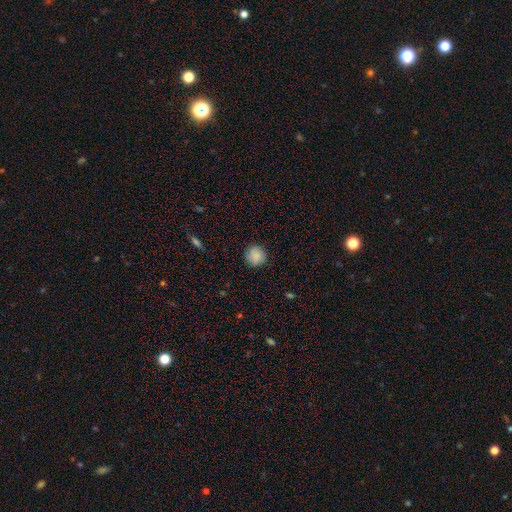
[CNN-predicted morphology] This appears to be a smooth galaxy with no disk features (86%) that is round (92%). Merging: none (86%).